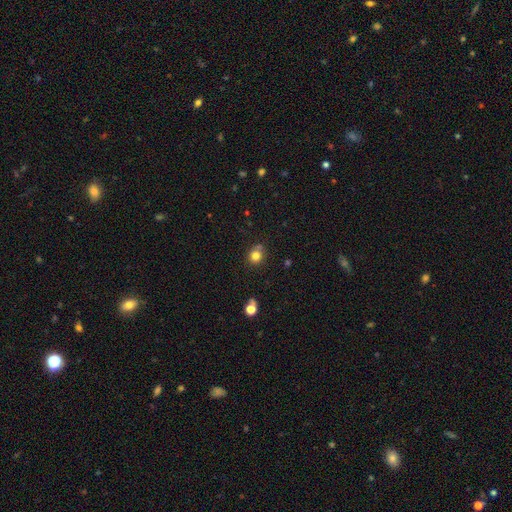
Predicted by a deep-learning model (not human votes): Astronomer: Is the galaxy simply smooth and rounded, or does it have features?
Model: smooth — 80%.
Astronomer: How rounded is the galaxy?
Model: round — 80%.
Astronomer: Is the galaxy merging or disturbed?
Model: none — 72%.